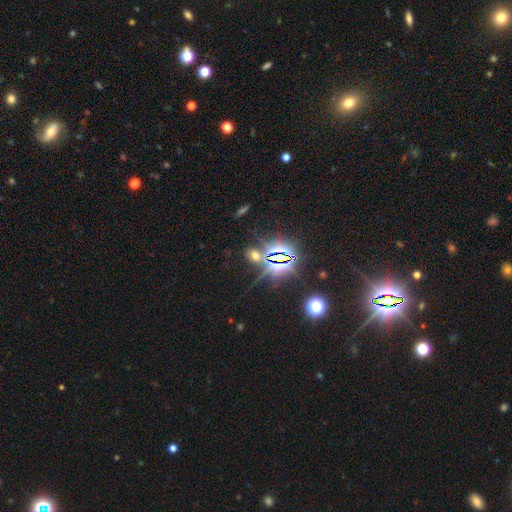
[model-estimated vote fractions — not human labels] Smooth or featured: star or artifact — 61% (smooth — 29%)